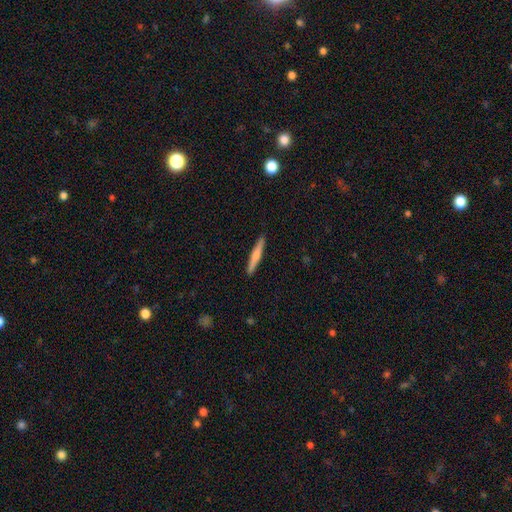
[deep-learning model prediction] The model was most divided on "smooth or featured": smooth: 58%, featured or disk: 36%, star or artifact: 5%. More confident: how rounded — cigar-shaped (95%); merging — none (91%).